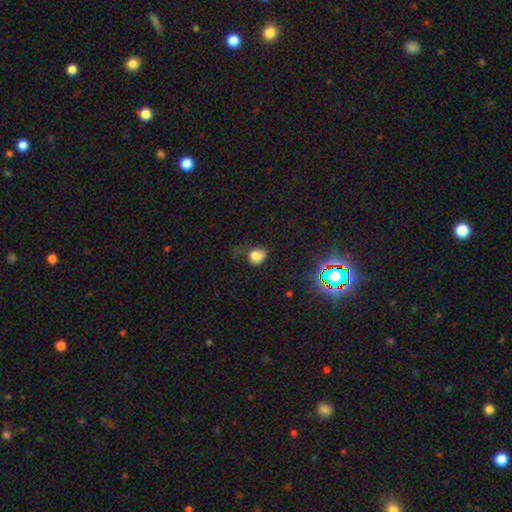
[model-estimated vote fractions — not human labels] Q: Smooth or featured?
A: smooth (76%); runner-up: star or artifact (15%)
Q: How rounded?
A: round (52%); runner-up: in between (47%)
Q: Merging?
A: none (41%); runner-up: minor disturbance (35%)